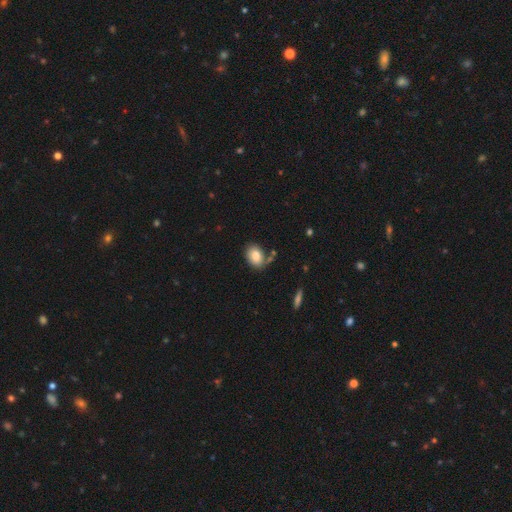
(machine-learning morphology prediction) Q: Smooth or featured?
A: smooth (81%); runner-up: featured or disk (10%)
Q: How rounded?
A: in between (75%); runner-up: round (24%)
Q: Merging?
A: none (71%); runner-up: minor disturbance (15%)